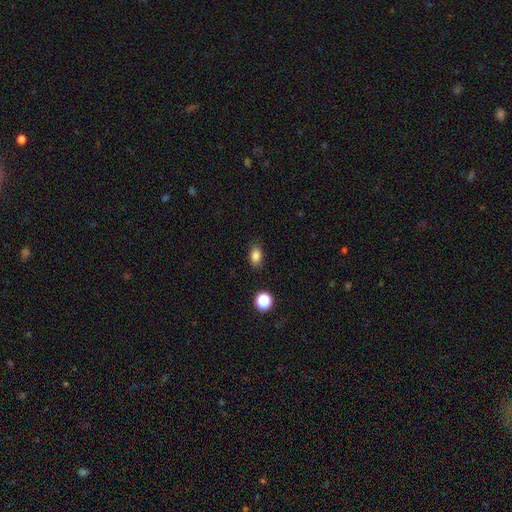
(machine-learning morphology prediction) The model was most divided on "how rounded": in between: 82%, round: 16%, cigar-shaped: 2%. More confident: merging — none (86%); smooth or featured — smooth (84%).